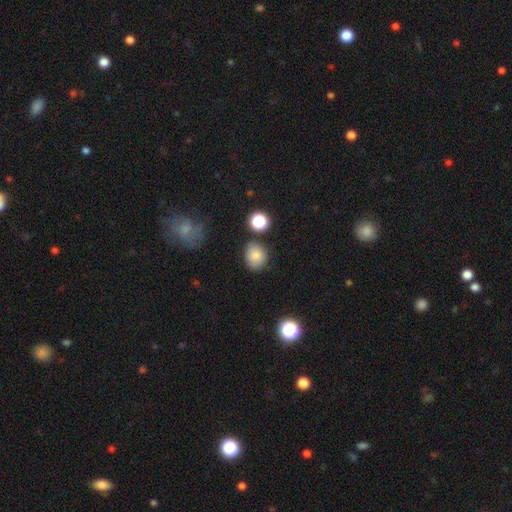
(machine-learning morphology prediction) The model was most divided on "how rounded": round: 67%, in between: 32%, cigar-shaped: 1%. More confident: smooth or featured — smooth (81%); merging — none (74%).